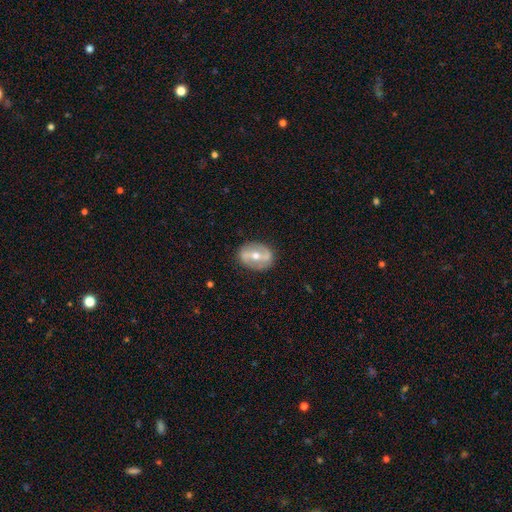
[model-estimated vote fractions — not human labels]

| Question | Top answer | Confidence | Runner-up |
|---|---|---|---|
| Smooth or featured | featured or disk | 74% | smooth (21%) |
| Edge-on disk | no | 93% | yes (7%) |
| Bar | strong | 53% | weak (28%) |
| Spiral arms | yes | 59% | no (41%) |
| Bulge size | moderate | 68% | small (28%) |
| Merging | none | 84% | minor disturbance (11%) |